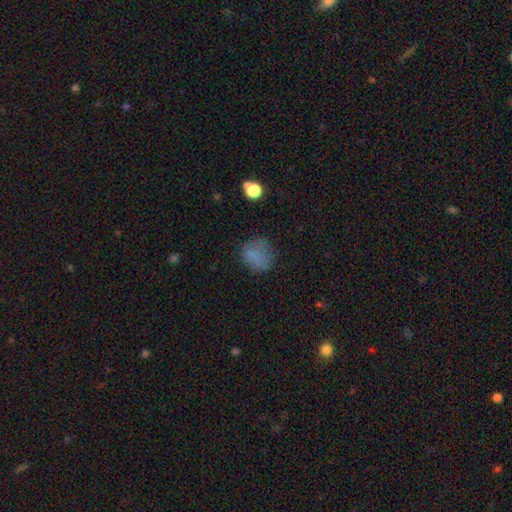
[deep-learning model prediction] Smooth or featured? Predicted: smooth (p=0.73). How rounded? Predicted: round (p=0.64). Merging? Predicted: none (p=0.61).